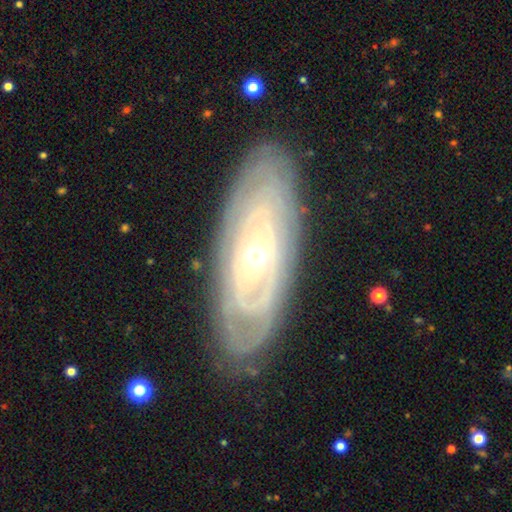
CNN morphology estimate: Smooth or featured?
  - featured or disk: 83% *
  - smooth: 12%
  - star or artifact: 5%
Edge-on disk?
  - no: 85% *
  - yes: 15%
Bar?
  - no: 72% *
  - weak: 20%
  - strong: 8%
Spiral arms?
  - yes: 79% *
  - no: 21%
Spiral winding?
  - tight: 84% *
  - medium: 12%
  - loose: 4%
Spiral arm count?
  - can't tell: 60% *
  - 2: 15%
  - 3: 8%
  - 4: 6%
  - more than 4: 6%
  - 1: 5%
Bulge size?
  - moderate: 53% *
  - small: 42%
  - large: 2%
  - dominant: 1%
  - none: 1%
Merging?
  - none: 84% *
  - minor disturbance: 11%
  - major disturbance: 3%
  - merger: 1%